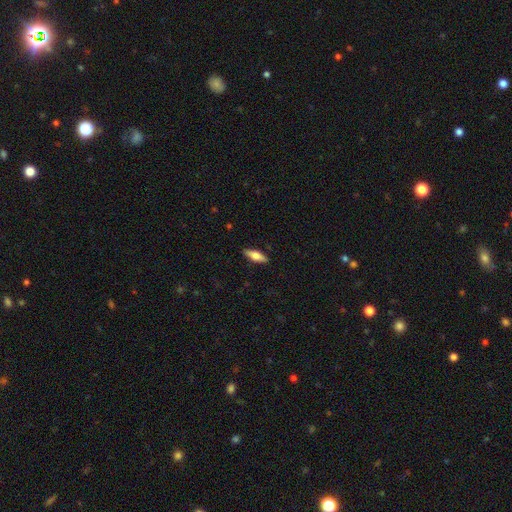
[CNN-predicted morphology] smooth 63%, featured or disk 31%, star or artifact 6%. Down the decision tree: how rounded — in between (54%); merging — none (89%).